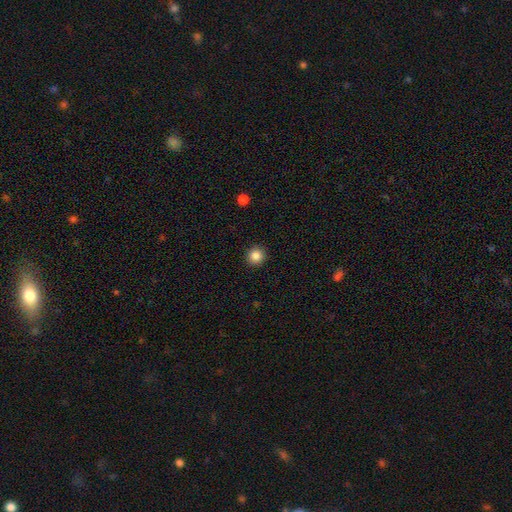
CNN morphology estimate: Smooth or featured? Predicted: smooth (p=0.85). How rounded? Predicted: round (p=0.91). Merging? Predicted: none (p=0.92).